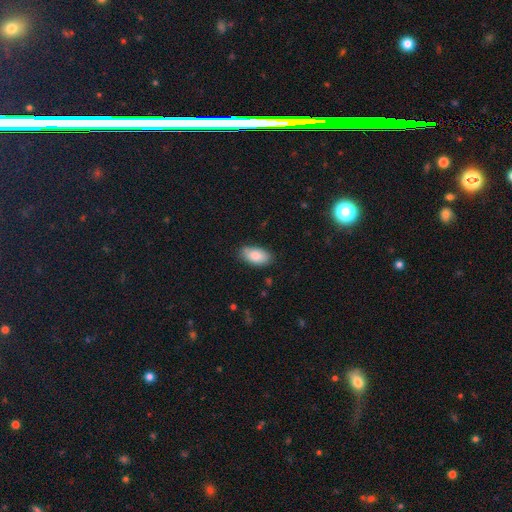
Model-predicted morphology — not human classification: Q: Smooth or featured?
A: smooth (86%); runner-up: featured or disk (8%)
Q: How rounded?
A: in between (93%); runner-up: round (3%)
Q: Merging?
A: none (78%); runner-up: minor disturbance (17%)